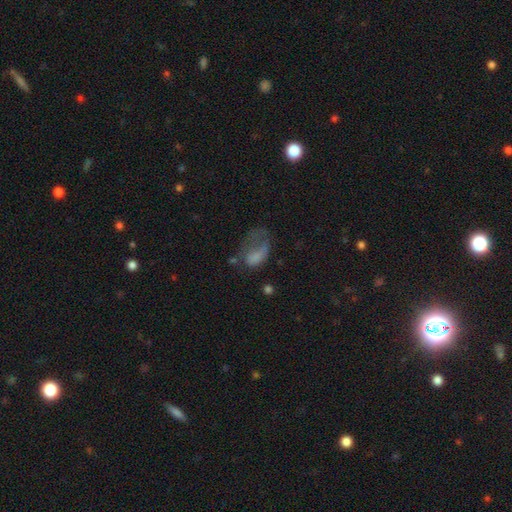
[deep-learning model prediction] This is possibly a smooth galaxy (57%). How rounded: clearly in between (85%). Merging: possibly major disturbance (59%).